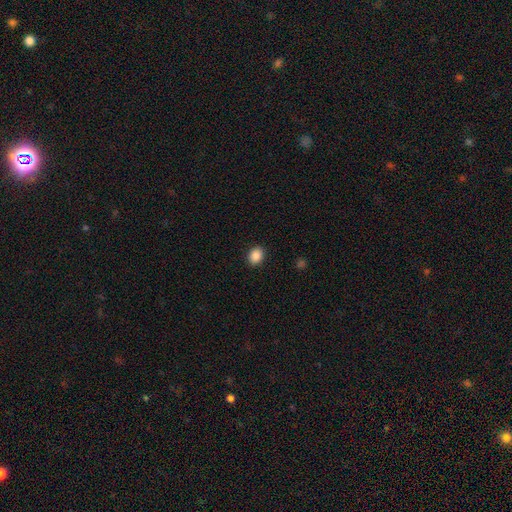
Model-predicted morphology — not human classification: smooth 88%, star or artifact 9%, featured or disk 4%. Down the decision tree: how rounded — in between (57%); merging — none (91%).